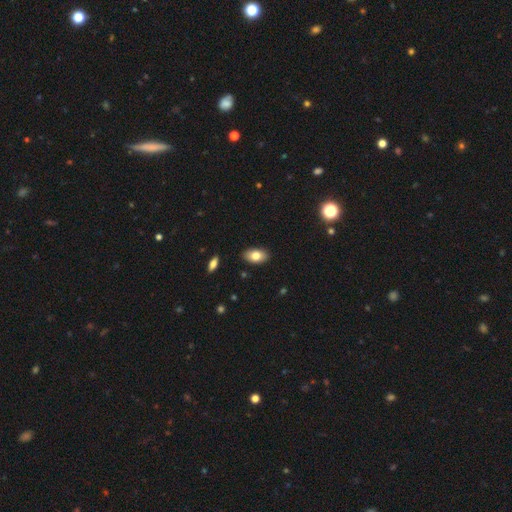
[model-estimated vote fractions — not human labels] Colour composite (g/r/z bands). It shows a smooth galaxy with no disk features (79%) that is in between round and cigar-shaped (92%). Merging: none (88%).